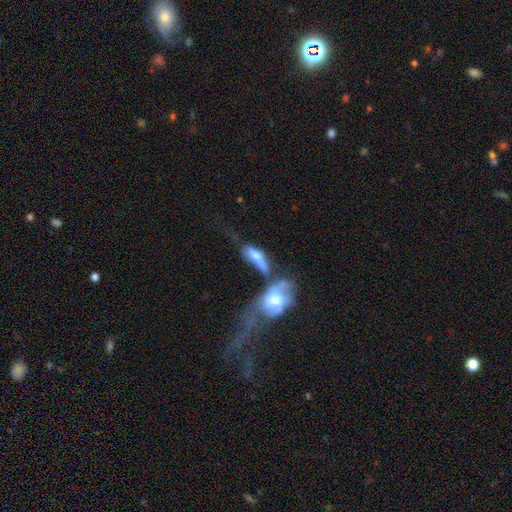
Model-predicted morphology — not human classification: Overall: smooth (53%; featured or disk 39%). How rounded: in between (68%). Merging: merger (46%; none 20%).